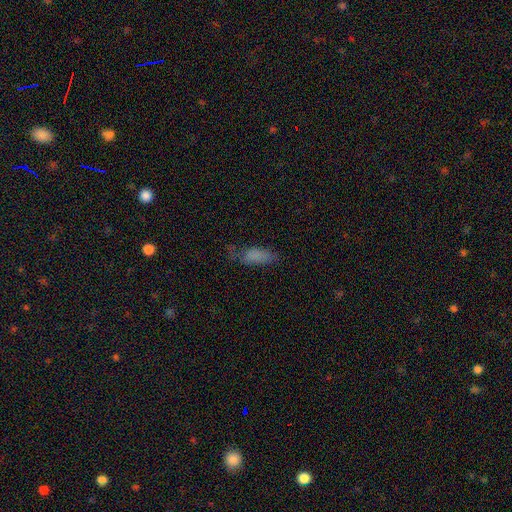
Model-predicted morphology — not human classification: smooth-or-featured: smooth: 77% | star or artifact: 12% | featured or disk: 11%
  how-rounded: in between: 77% | cigar-shaped: 21% | round: 3%
  merging: none: 46% | minor disturbance: 32% | major disturbance: 19% | merger: 4%